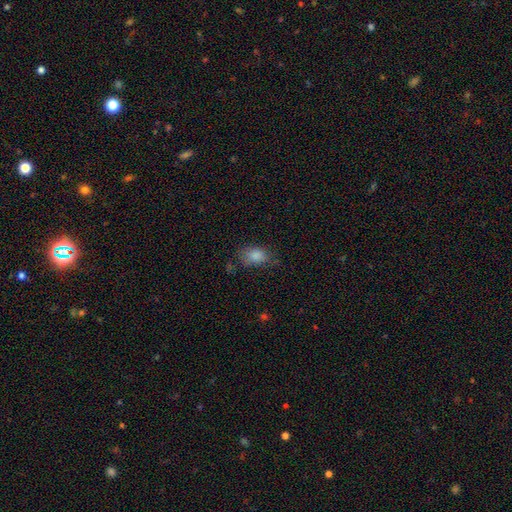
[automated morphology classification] Smooth or featured: smooth — 83% (star or artifact — 10%)
How rounded: in between — 79% (round — 20%)
Merging: none — 58% (minor disturbance — 28%)